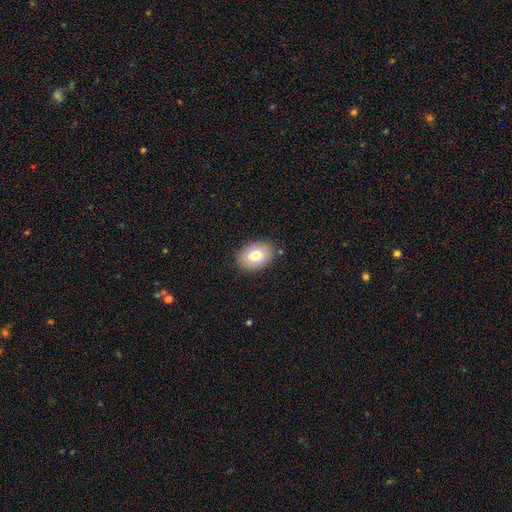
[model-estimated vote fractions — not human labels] The model was most divided on "how rounded": in between: 71%, round: 28%, cigar-shaped: 1%. More confident: merging — none (86%); smooth or featured — smooth (77%).